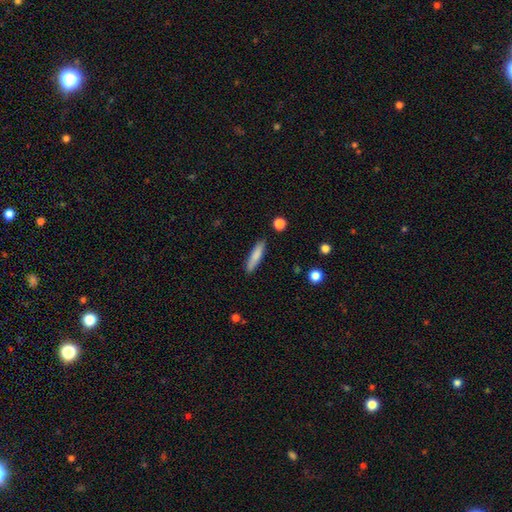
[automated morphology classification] Q: Smooth or featured?
A: smooth (81%); runner-up: featured or disk (13%)
Q: How rounded?
A: cigar-shaped (85%); runner-up: in between (13%)
Q: Merging?
A: none (86%); runner-up: minor disturbance (10%)